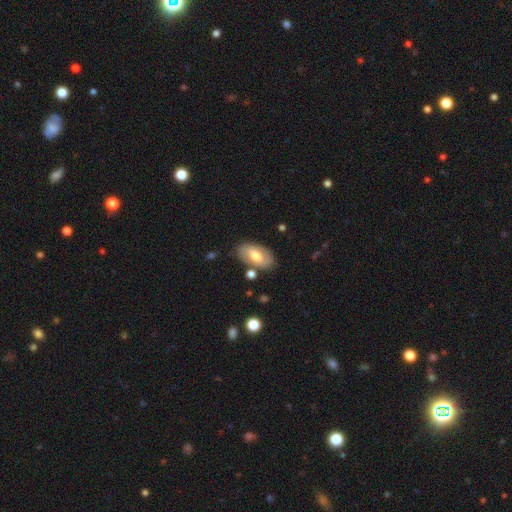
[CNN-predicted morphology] smooth_or_featured: smooth (p=0.53) [alt: featured or disk p=0.41]
how_rounded: in between (p=0.92) [alt: round p=0.05]
merging: none (p=0.78) [alt: minor disturbance p=0.14]